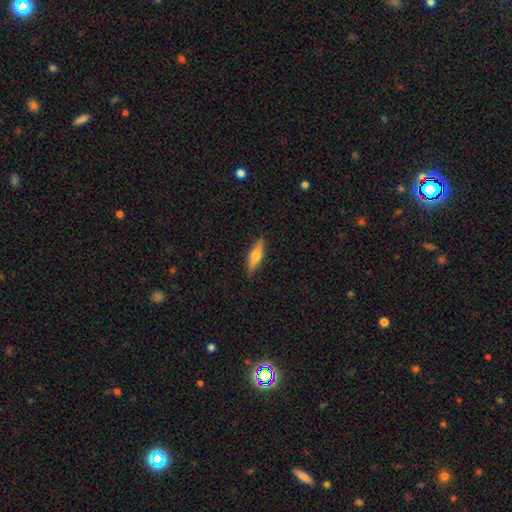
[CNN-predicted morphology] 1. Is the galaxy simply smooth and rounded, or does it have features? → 54% smooth, 40% featured or disk, 6% star or artifact.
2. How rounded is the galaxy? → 62% cigar-shaped, 35% in between, 2% round.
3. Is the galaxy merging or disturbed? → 87% none, 10% minor disturbance, 2% major disturbance, 1% merger.